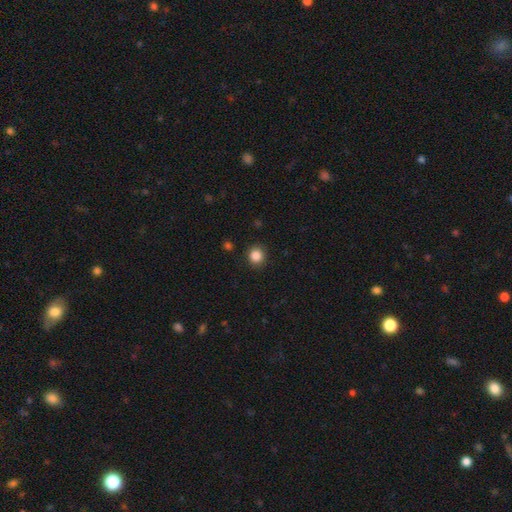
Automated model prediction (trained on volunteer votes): A smooth galaxy with no disk features (85%) that is round (90%). Merging: none (90%).